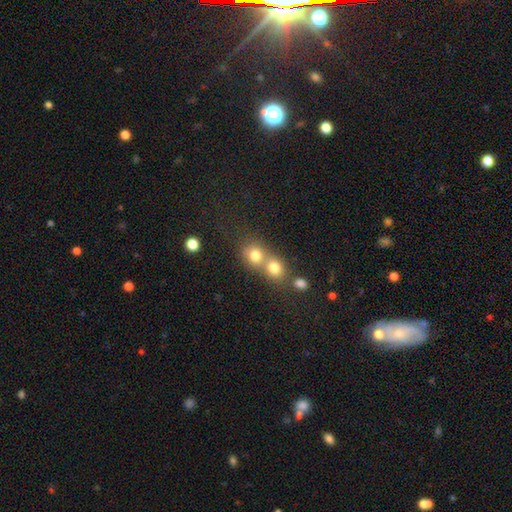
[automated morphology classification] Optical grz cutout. It shows a smooth galaxy with no disk features (76%) that is round (79%). Merging: merger (55%).